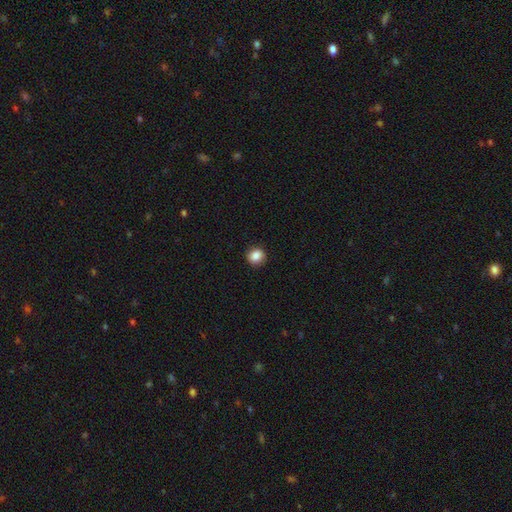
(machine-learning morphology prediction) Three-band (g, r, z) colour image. It shows a smooth galaxy with no disk features (86%) that is round (84%). Merging: none (90%).